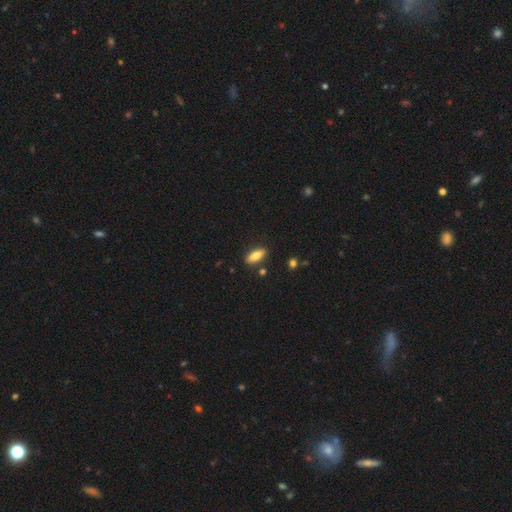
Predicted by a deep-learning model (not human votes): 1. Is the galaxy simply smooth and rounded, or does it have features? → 77% smooth, 16% featured or disk, 7% star or artifact.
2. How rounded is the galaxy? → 74% in between, 24% cigar-shaped, 3% round.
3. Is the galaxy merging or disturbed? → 85% none, 10% minor disturbance, 3% merger, 2% major disturbance.